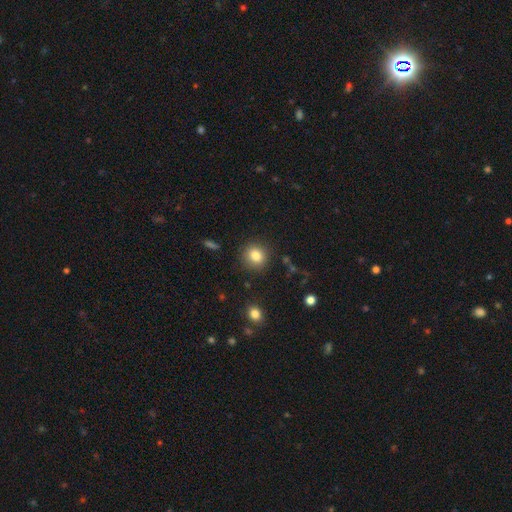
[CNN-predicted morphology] Q: Smooth or featured?
A: smooth (82%); runner-up: star or artifact (11%)
Q: How rounded?
A: round (85%); runner-up: in between (14%)
Q: Merging?
A: none (87%); runner-up: minor disturbance (8%)